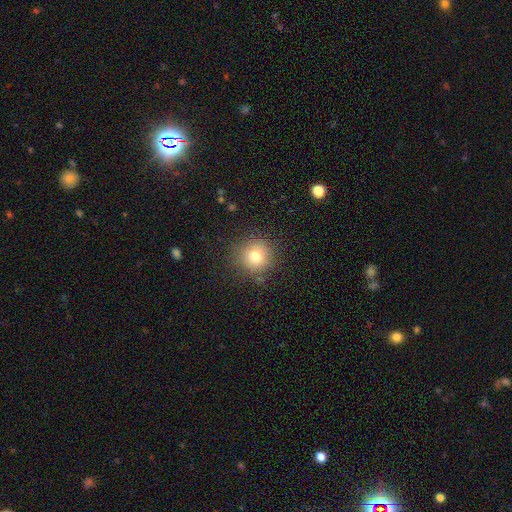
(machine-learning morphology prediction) smooth_or_featured: smooth (p=0.77) [alt: star or artifact p=0.13]
how_rounded: round (p=0.92) [alt: in between p=0.07]
merging: none (p=0.85) [alt: minor disturbance p=0.10]